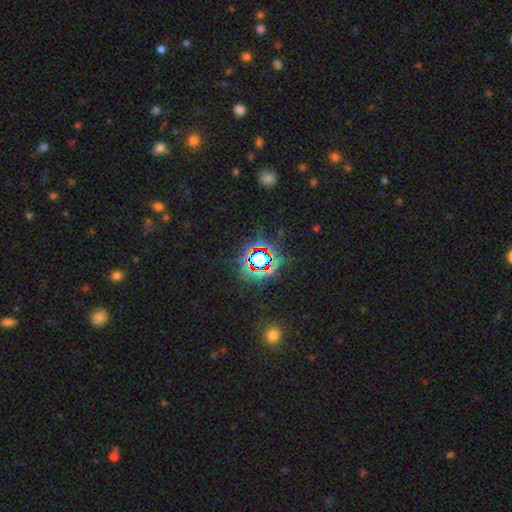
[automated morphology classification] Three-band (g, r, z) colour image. It shows a star or artifact, not a galaxy (74%).